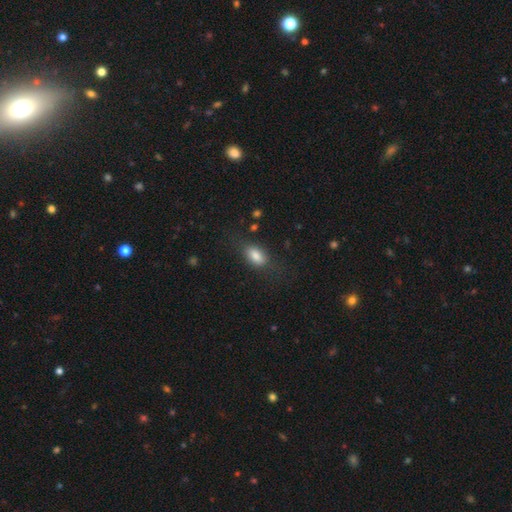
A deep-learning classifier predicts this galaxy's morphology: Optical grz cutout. It shows a smooth galaxy with no disk features (82%) that is in between round and cigar-shaped (87%). Merging: none (67%).